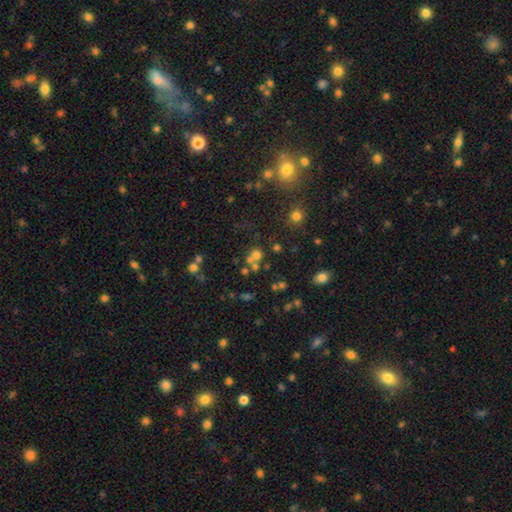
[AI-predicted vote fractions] This is possibly a smooth galaxy (57%). How rounded: likely round (80%). Merging: possibly none (48%).